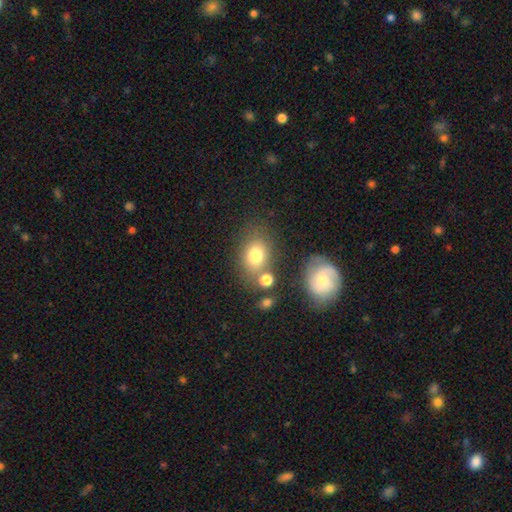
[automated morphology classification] The model was most divided on "how rounded": in between: 62%, round: 37%, cigar-shaped: 1%. More confident: smooth or featured — smooth (75%); merging — none (61%).